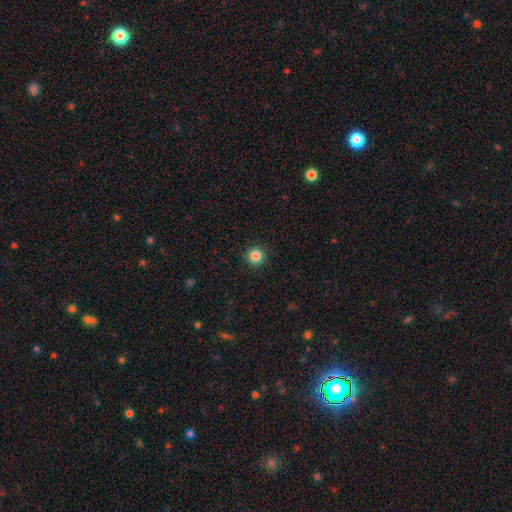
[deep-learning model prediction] Smooth or featured? Predicted: smooth (p=0.85). How rounded? Predicted: round (p=0.95). Merging? Predicted: none (p=0.92).